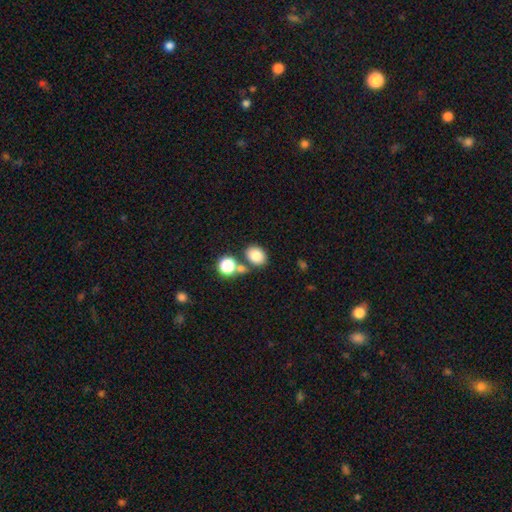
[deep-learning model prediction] Q: Smooth or featured?
A: smooth (81%); runner-up: star or artifact (11%)
Q: How rounded?
A: in between (55%); runner-up: round (45%)
Q: Merging?
A: none (69%); runner-up: merger (18%)